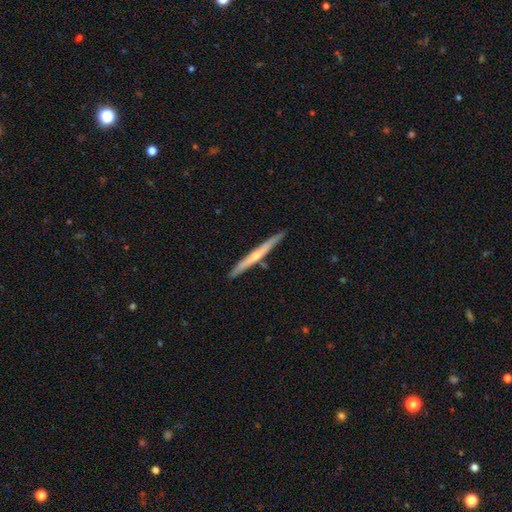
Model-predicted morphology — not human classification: The model was most divided on "edge-on bulge": rounded: 54%, none: 42%, boxy: 4%. More confident: edge-on disk — yes (97%); merging — none (87%); smooth or featured — featured or disk (59%).